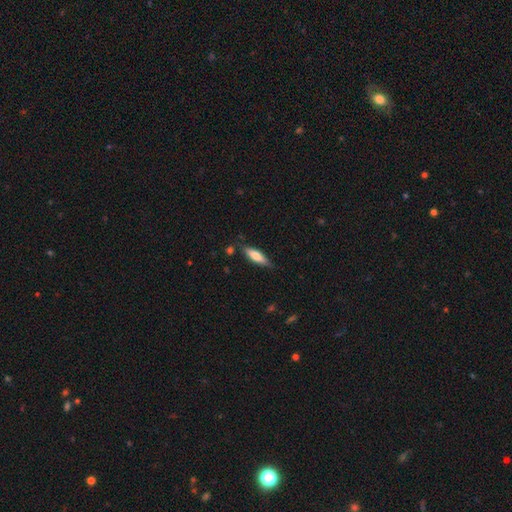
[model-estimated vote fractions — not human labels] smooth-or-featured: smooth: 66% | featured or disk: 28% | star or artifact: 6%
  how-rounded: cigar-shaped: 60% | in between: 38% | round: 2%
  merging: none: 77% | minor disturbance: 17% | major disturbance: 3% | merger: 3%